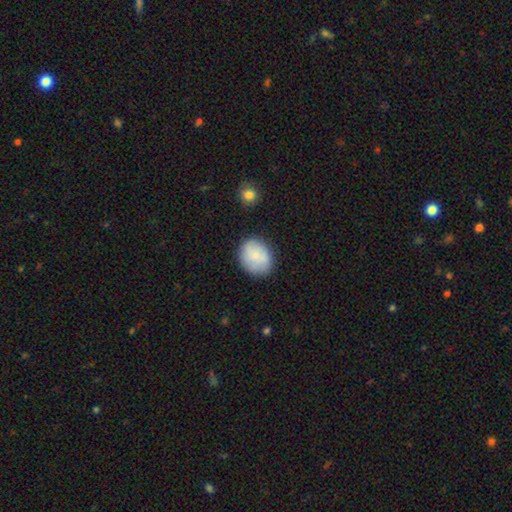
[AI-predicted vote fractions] Overall: smooth (79%). How rounded: round (62%; in between 37%). Merging: none (78%).